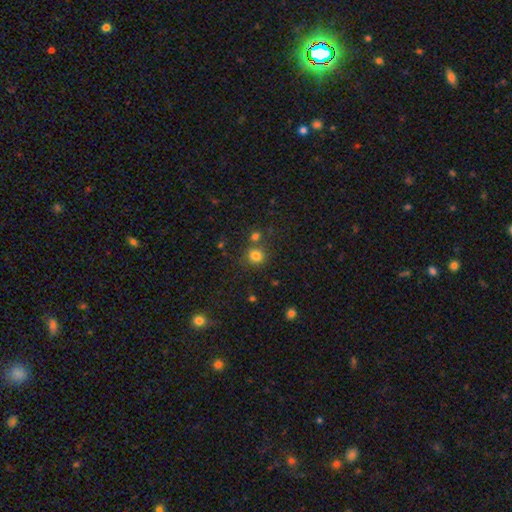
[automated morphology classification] smooth-or-featured: smooth: 80% | star or artifact: 15% | featured or disk: 6%
  how-rounded: round: 87% | in between: 12% | cigar-shaped: 1%
  merging: none: 71% | merger: 17% | minor disturbance: 9% | major disturbance: 3%